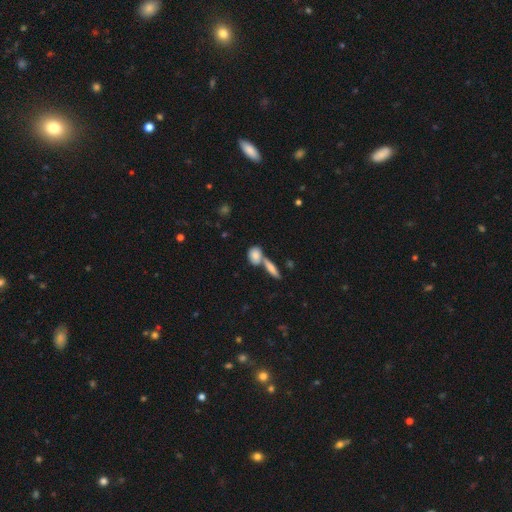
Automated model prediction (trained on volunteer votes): Smooth or featured?
  - smooth: 79% *
  - featured or disk: 13%
  - star or artifact: 8%
How rounded?
  - in between: 57% *
  - round: 28%
  - cigar-shaped: 15%
Merging?
  - none: 44% *
  - merger: 43%
  - minor disturbance: 9%
  - major disturbance: 4%